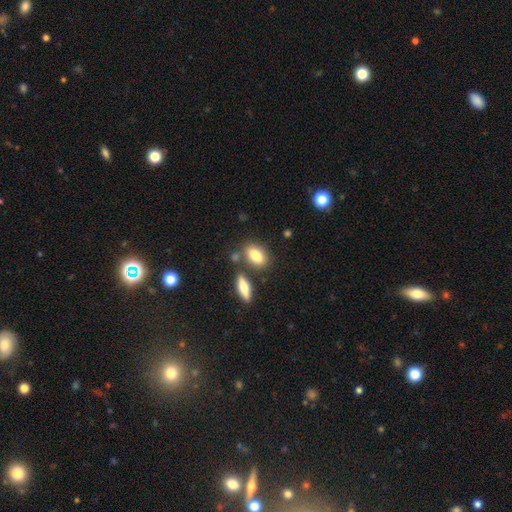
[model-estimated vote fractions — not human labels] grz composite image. It shows a smooth galaxy with no disk features (81%) that is in between round and cigar-shaped (84%). Merging: none (68%).